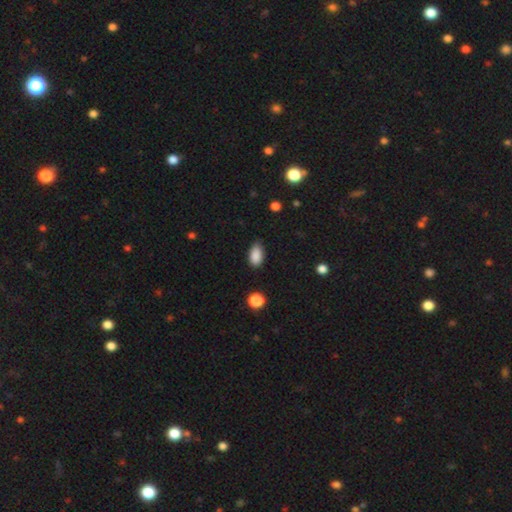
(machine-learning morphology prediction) Q: Smooth or featured?
A: smooth (88%); runner-up: star or artifact (8%)
Q: How rounded?
A: in between (92%); runner-up: round (4%)
Q: Merging?
A: none (75%); runner-up: minor disturbance (20%)